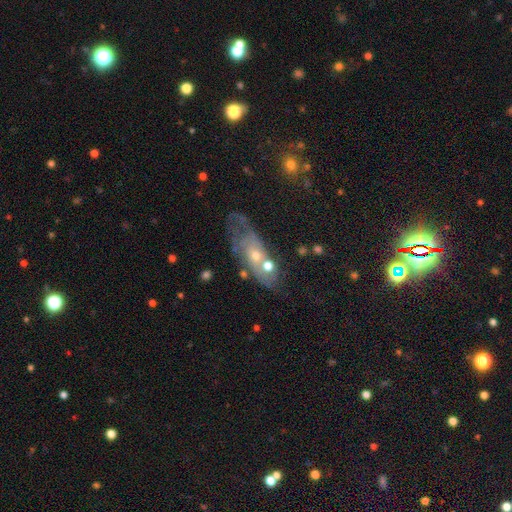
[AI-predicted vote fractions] Overall: featured or disk (61%; smooth 27%). Edge-on disk: no (82%). Merging: none (48%; minor disturbance 23%).